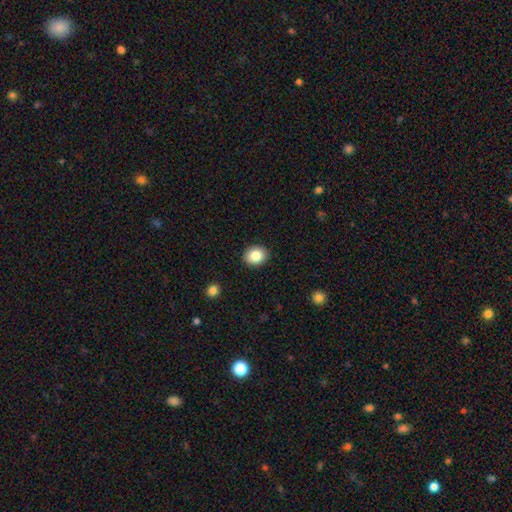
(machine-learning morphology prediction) smooth-or-featured: smooth: 84% | star or artifact: 9% | featured or disk: 7%
  how-rounded: round: 59% | in between: 40% | cigar-shaped: 1%
  merging: none: 91% | minor disturbance: 6% | major disturbance: 2% | merger: 1%